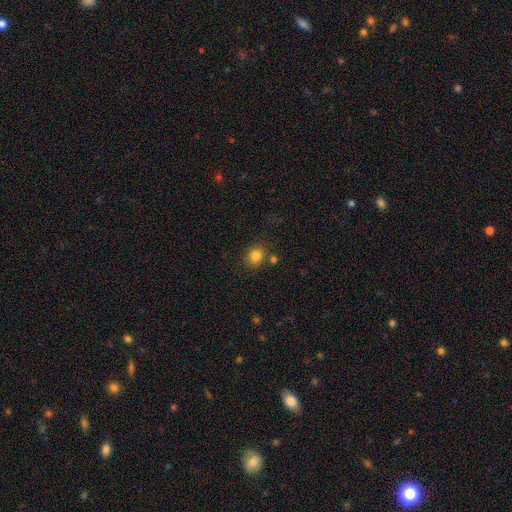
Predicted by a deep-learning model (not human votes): Smooth or featured: smooth — 83% (star or artifact — 11%)
How rounded: round — 67% (in between — 32%)
Merging: none — 77% (minor disturbance — 11%)